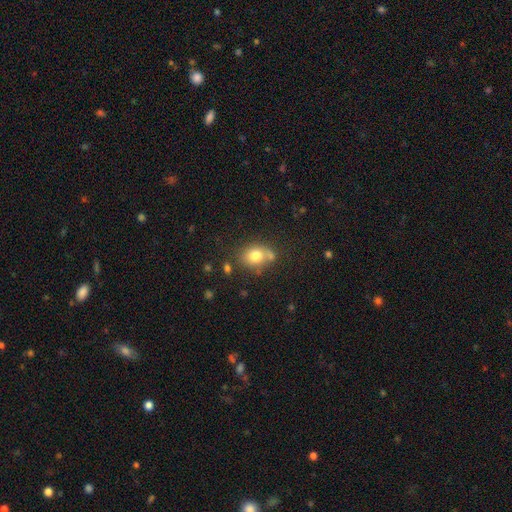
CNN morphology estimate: Smooth or featured: smooth — 76% (featured or disk — 13%)
How rounded: in between — 54% (round — 45%)
Merging: none — 60% (minor disturbance — 18%)